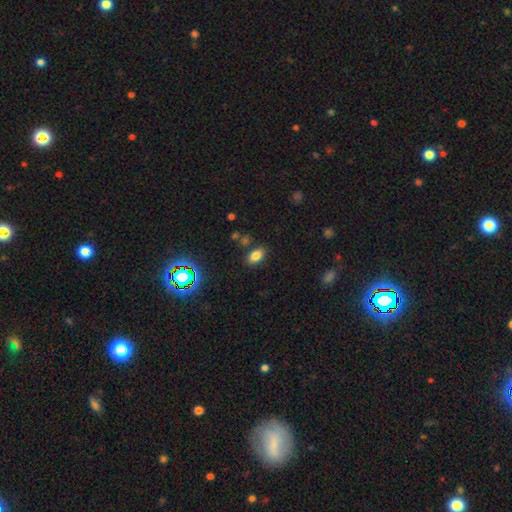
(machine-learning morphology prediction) The model was most divided on "smooth or featured": smooth: 78%, star or artifact: 14%, featured or disk: 7%. More confident: how rounded — in between (88%); merging — none (82%).